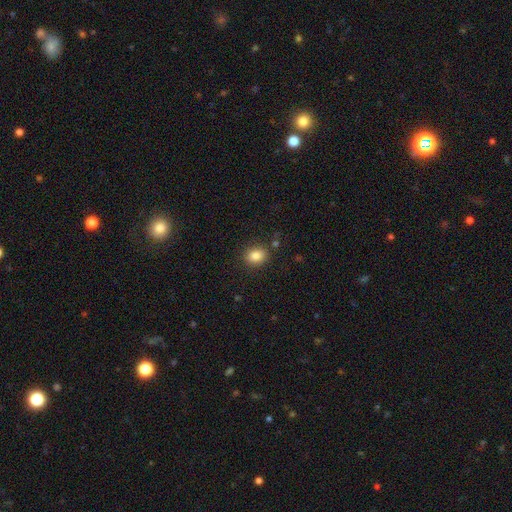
smooth_or_featured: smooth (p=0.95) [alt: featured or disk p=0.03]
how_rounded: in between (p=0.57) [alt: round p=0.43]
merging: none (p=0.92) [alt: minor disturbance p=0.05]